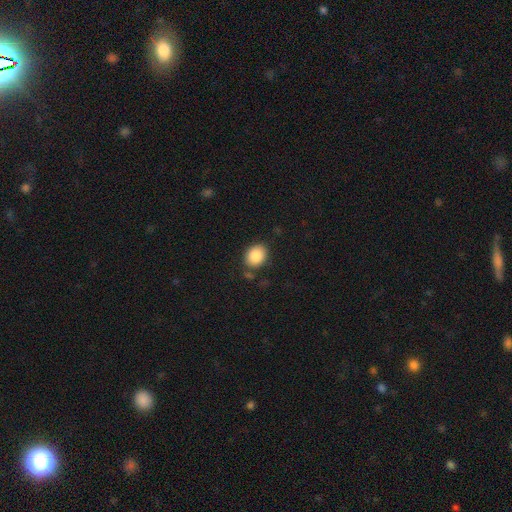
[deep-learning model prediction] Smooth or featured? smooth (87%)
How rounded? in between (54%)
Merging? none (80%)